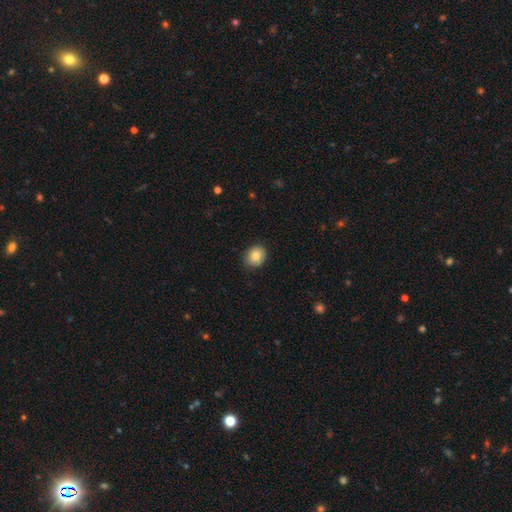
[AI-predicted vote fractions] This is clearly a smooth galaxy (84%). How rounded: likely round (66%). Merging: clearly none (86%).